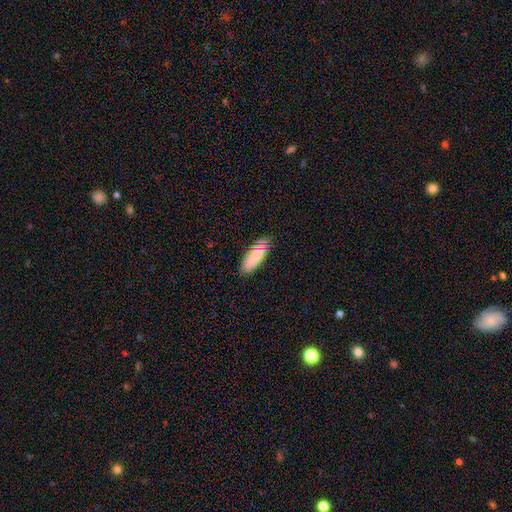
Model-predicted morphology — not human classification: smooth-or-featured: smooth: 81% | featured or disk: 13% | star or artifact: 6%
  how-rounded: in between: 71% | cigar-shaped: 27% | round: 2%
  merging: none: 77% | minor disturbance: 18% | major disturbance: 3% | merger: 2%